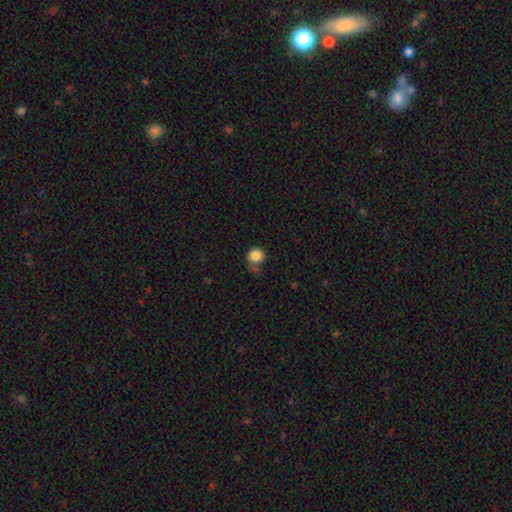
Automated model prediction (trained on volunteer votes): The model was most divided on "merging": none: 56%, minor disturbance: 23%, major disturbance: 13%, merger: 8%. More confident: how rounded — round (89%); smooth or featured — smooth (84%).